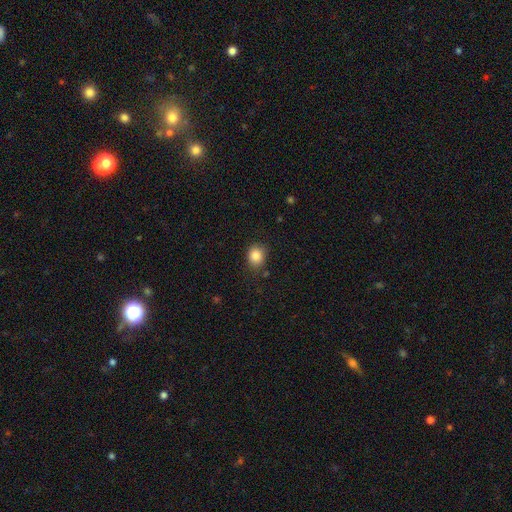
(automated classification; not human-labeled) Smooth or featured: smooth — 85% (star or artifact — 10%)
How rounded: round — 65% (in between — 34%)
Merging: none — 80% (minor disturbance — 15%)